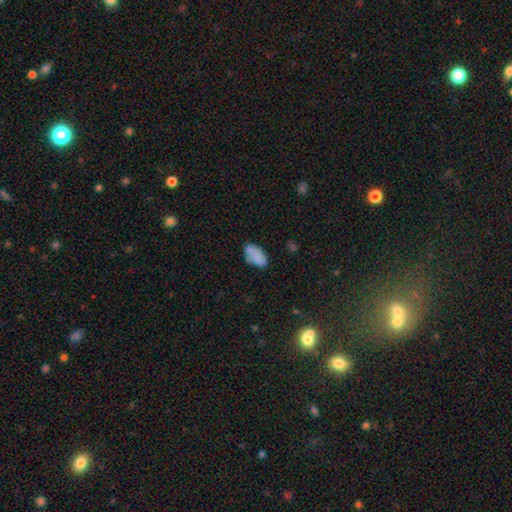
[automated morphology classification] smooth-or-featured: smooth: 77% | featured or disk: 14% | star or artifact: 9%
  how-rounded: in between: 93% | round: 4% | cigar-shaped: 3%
  merging: none: 54% | minor disturbance: 24% | merger: 13% | major disturbance: 8%